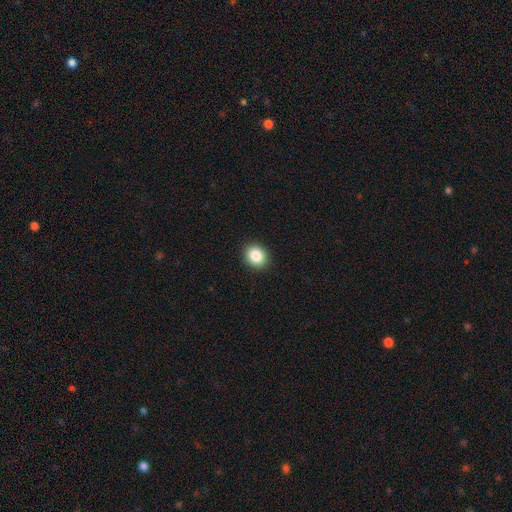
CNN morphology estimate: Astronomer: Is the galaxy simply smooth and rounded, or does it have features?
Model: smooth — 85%.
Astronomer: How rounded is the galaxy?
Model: round — 64%.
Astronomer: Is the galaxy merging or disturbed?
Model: none — 91%.